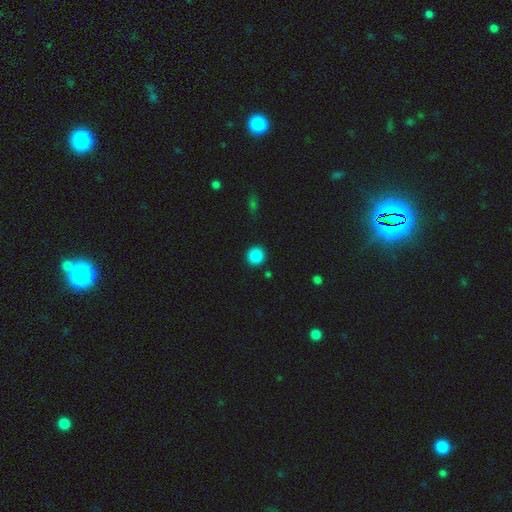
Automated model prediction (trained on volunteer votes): A smooth galaxy with no disk features (88%) that is round (94%). Merging: none (91%).